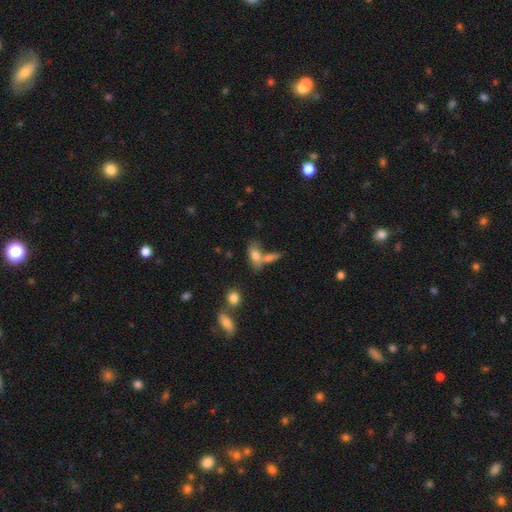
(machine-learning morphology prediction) Smooth or featured?
  - smooth: 75% *
  - featured or disk: 15%
  - star or artifact: 10%
How rounded?
  - in between: 82% *
  - cigar-shaped: 11%
  - round: 7%
Merging?
  - merger: 42% *
  - none: 40%
  - minor disturbance: 12%
  - major disturbance: 6%